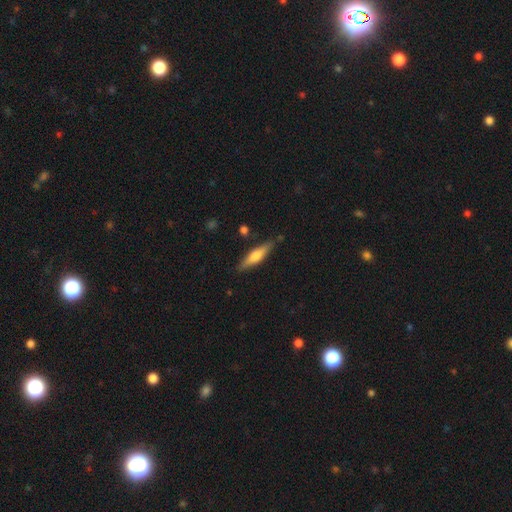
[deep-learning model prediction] A smooth galaxy with no disk features (53%) that is cigar-shaped (76%). Merging: none (84%).